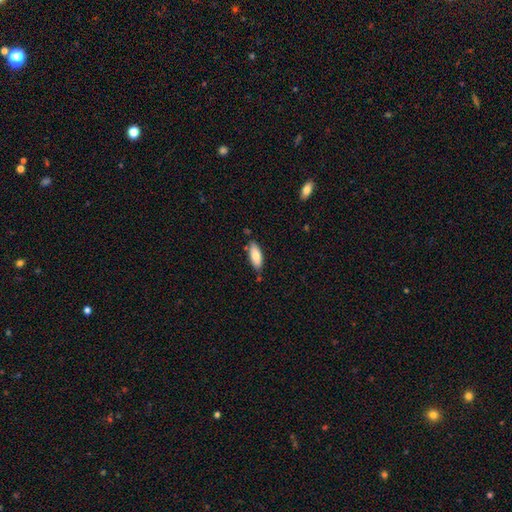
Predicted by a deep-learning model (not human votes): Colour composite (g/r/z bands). It shows a smooth galaxy with no disk features (81%) that is in between round and cigar-shaped (74%). Merging: none (78%).